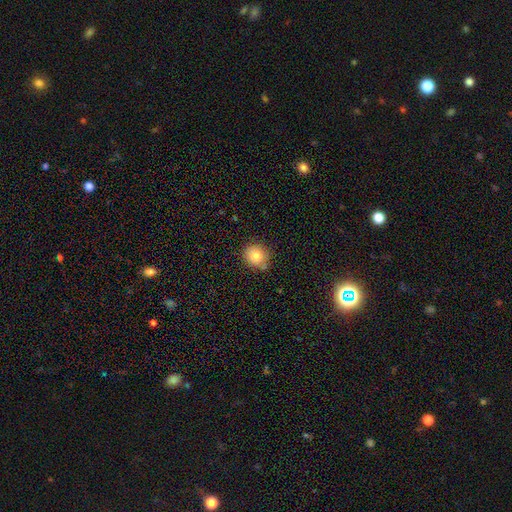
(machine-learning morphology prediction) Overall: smooth (80%). How rounded: round (83%). Merging: none (79%).